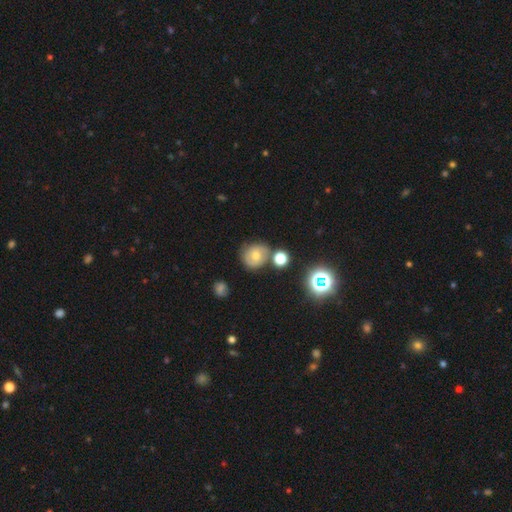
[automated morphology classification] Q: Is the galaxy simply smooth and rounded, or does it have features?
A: smooth — 50%.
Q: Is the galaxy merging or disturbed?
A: none — 65%.